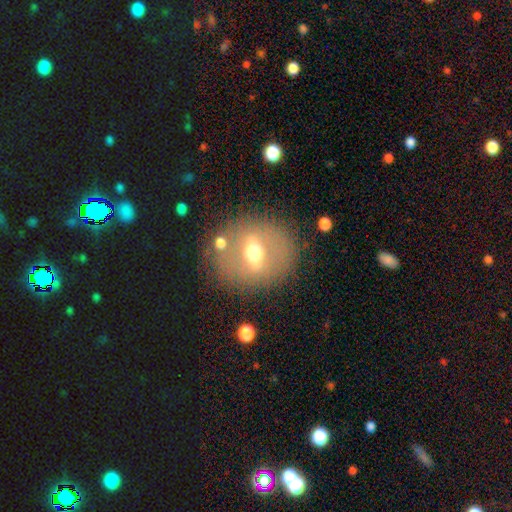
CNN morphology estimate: This is possibly a featured or disk galaxy (59%). It is likely not viewed edge-on (72%). Merging: clearly none (81%).